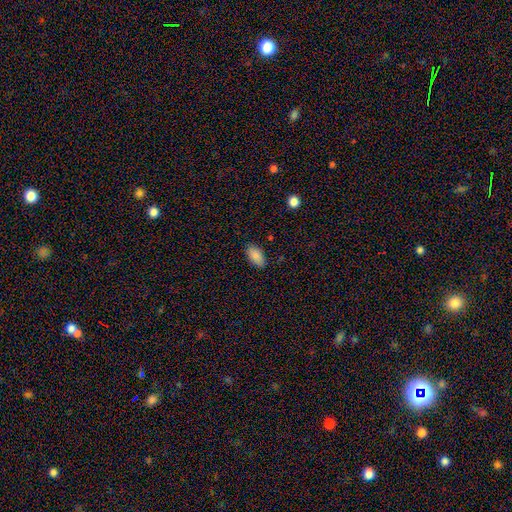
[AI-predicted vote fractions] Smooth or featured: smooth — 88% (star or artifact — 7%)
How rounded: in between — 93% (cigar-shaped — 4%)
Merging: none — 85% (minor disturbance — 11%)